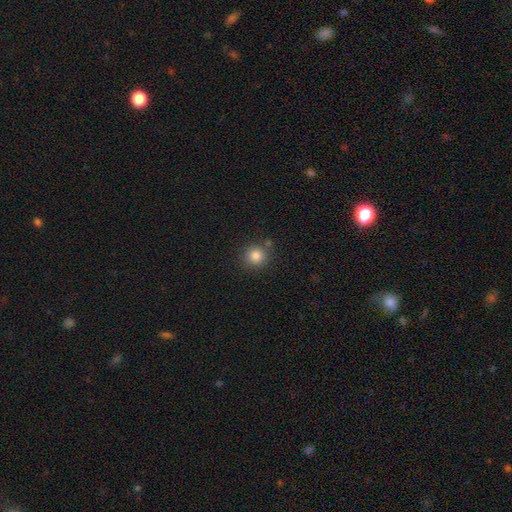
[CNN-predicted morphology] Overall: smooth (84%). How rounded: round (90%). Merging: none (80%).